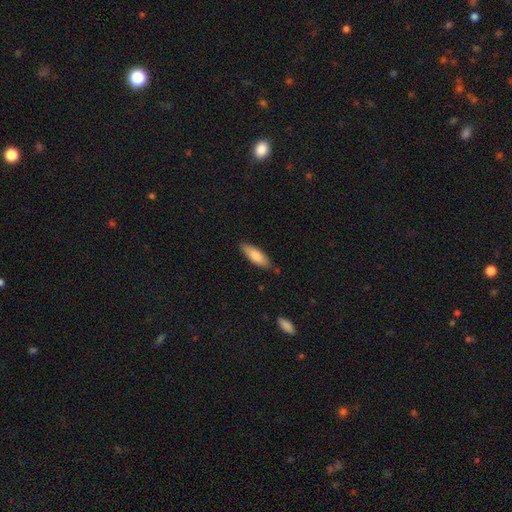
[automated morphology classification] Q: Smooth or featured?
A: smooth (80%); runner-up: featured or disk (15%)
Q: How rounded?
A: in between (56%); runner-up: cigar-shaped (42%)
Q: Merging?
A: none (83%); runner-up: minor disturbance (13%)